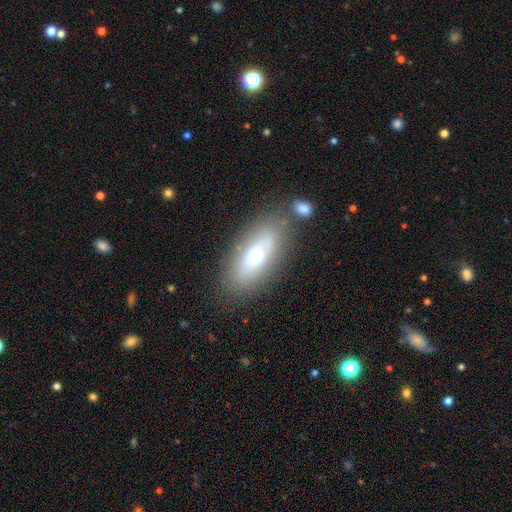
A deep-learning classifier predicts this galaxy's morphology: Overall: smooth (55%; featured or disk 37%). How rounded: in between (81%). Merging: none (74%).